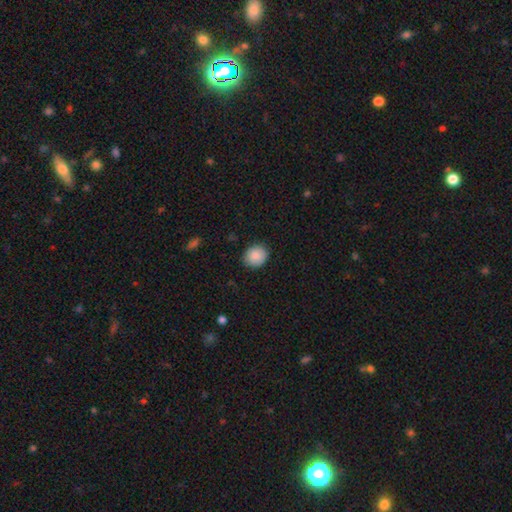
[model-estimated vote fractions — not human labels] The model was most divided on "how rounded": round: 68%, in between: 31%, cigar-shaped: 1%. More confident: smooth or featured — smooth (88%); merging — none (86%).